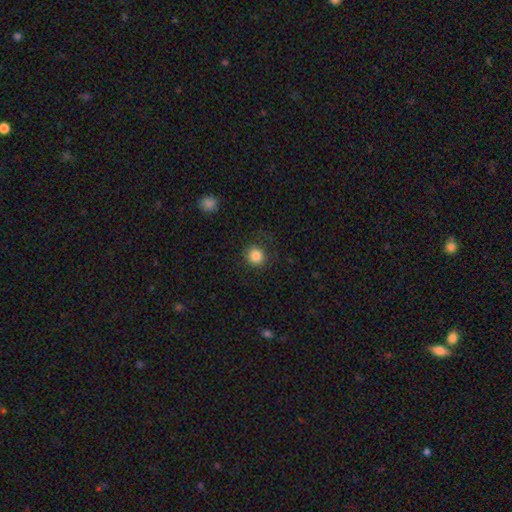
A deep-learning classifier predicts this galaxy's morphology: This appears to be a smooth galaxy with no disk features (85%) that is round (90%). Merging: none (83%).